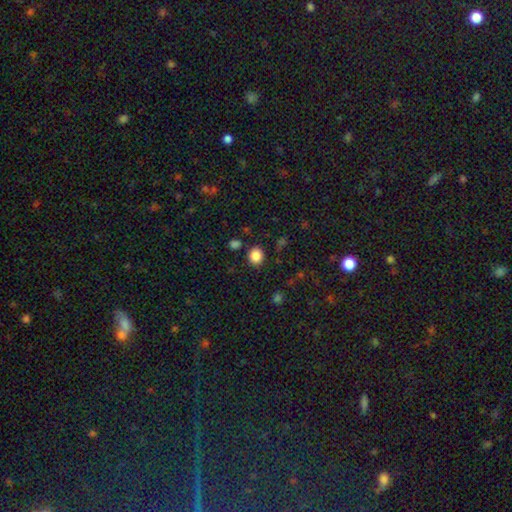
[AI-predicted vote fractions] The model was most divided on "how rounded": round: 80%, in between: 19%, cigar-shaped: 1%. More confident: merging — none (87%); smooth or featured — smooth (86%).